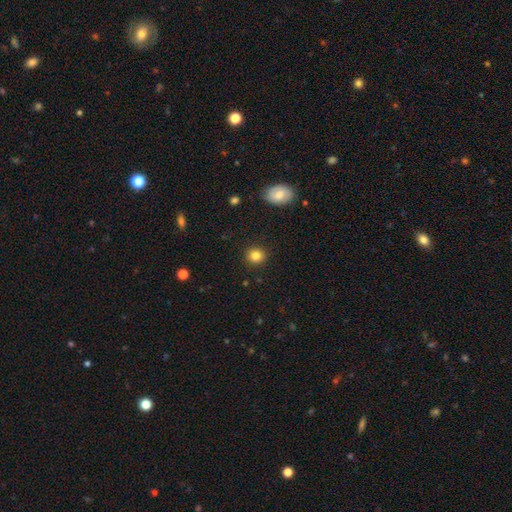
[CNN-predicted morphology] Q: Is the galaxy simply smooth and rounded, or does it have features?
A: smooth — 83%.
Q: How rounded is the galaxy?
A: round — 84%.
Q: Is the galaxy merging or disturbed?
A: none — 91%.